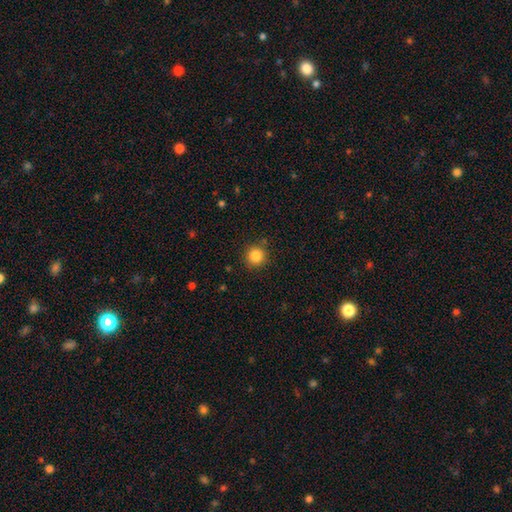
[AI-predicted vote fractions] Smooth or featured? smooth (85%)
How rounded? round (94%)
Merging? none (88%)